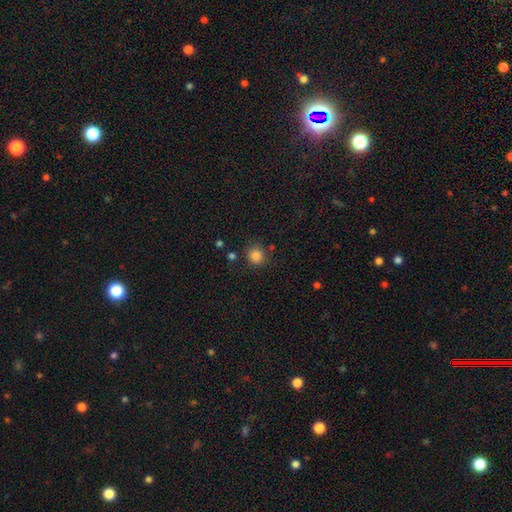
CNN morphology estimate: Smooth or featured?
  - smooth: 84% *
  - star or artifact: 12%
  - featured or disk: 5%
How rounded?
  - round: 89% *
  - in between: 10%
  - cigar-shaped: 1%
Merging?
  - none: 83% *
  - minor disturbance: 10%
  - merger: 4%
  - major disturbance: 3%